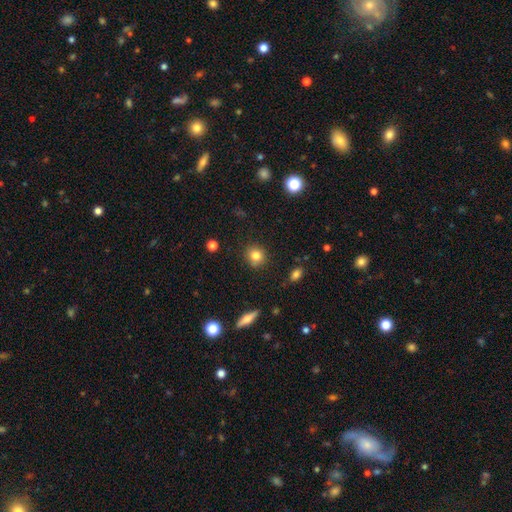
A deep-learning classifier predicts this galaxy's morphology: smooth-or-featured: smooth: 81% | star or artifact: 11% | featured or disk: 8%
  how-rounded: round: 87% | in between: 12% | cigar-shaped: 1%
  merging: none: 86% | minor disturbance: 9% | major disturbance: 2% | merger: 2%